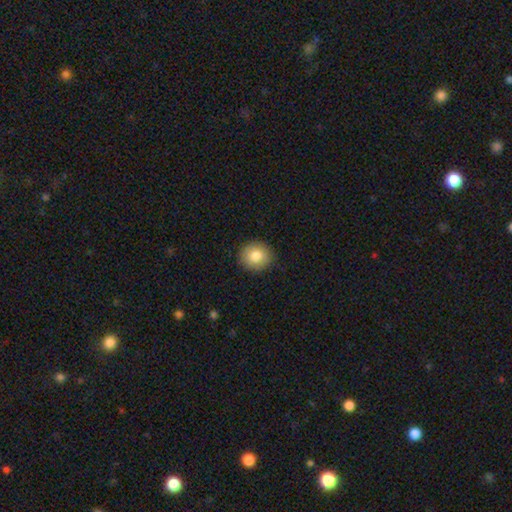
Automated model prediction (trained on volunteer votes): Smooth or featured? Predicted: smooth (p=0.82). How rounded? Predicted: round (p=0.86). Merging? Predicted: none (p=0.89).